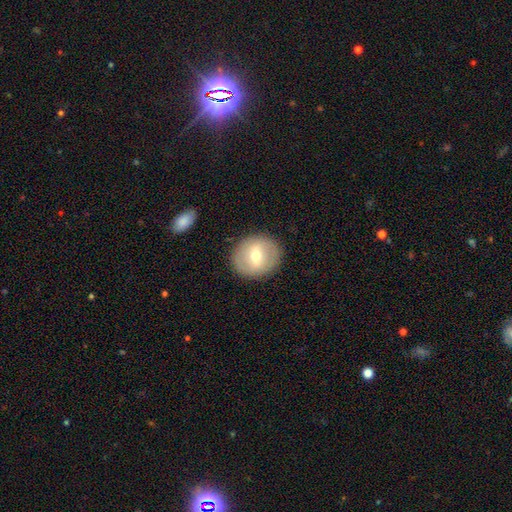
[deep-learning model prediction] The model was most divided on "smooth or featured": smooth: 50%, featured or disk: 42%, star or artifact: 7%. More confident: merging — none (88%); how rounded — round (83%).